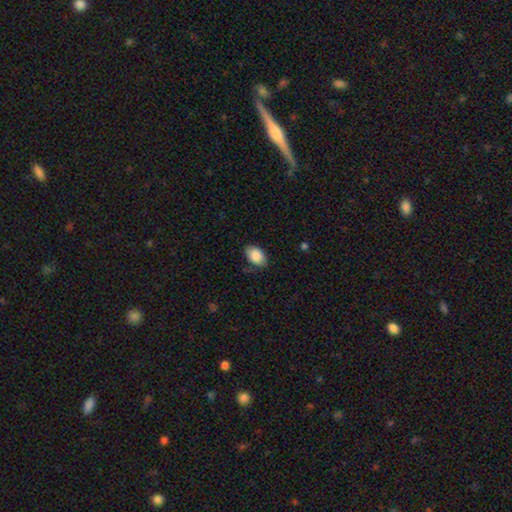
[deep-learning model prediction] Morphology: type=smooth (87%); roundness=in between (90%); merging=none (77%).